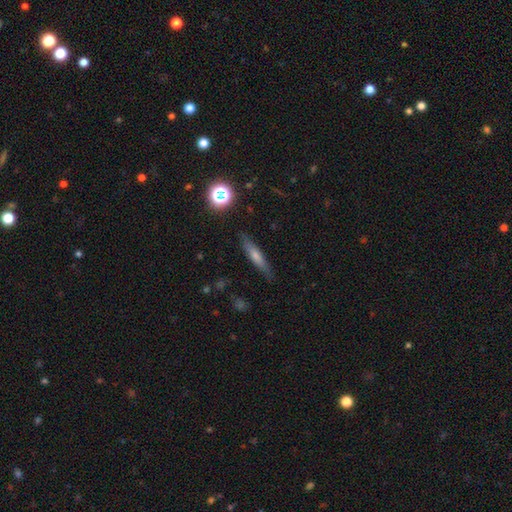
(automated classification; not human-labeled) This is possibly a smooth galaxy (57%). How rounded: clearly cigar-shaped (83%). Merging: clearly none (82%).